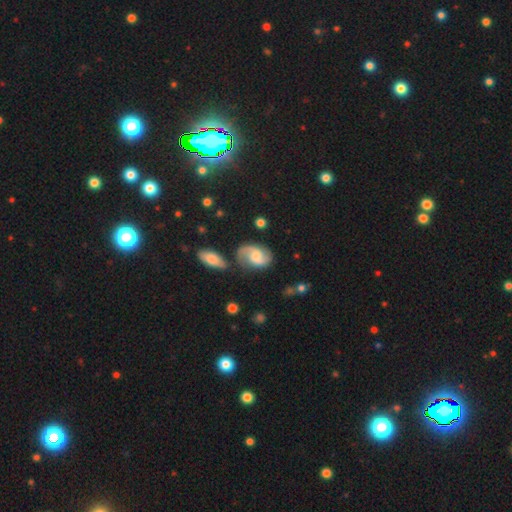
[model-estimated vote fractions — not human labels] A featured or disk galaxy (77%) with no bar (51%), 2 (90%) medium (48%) spiral arms (95%) and a moderate central bulge (52%).

Vote fractions:
- Smooth or featured? featured or disk: 77% / smooth: 17% / star or artifact: 6%
- Edge-on disk? no: 97% / yes: 3%
- Bar? no: 51% / weak: 42% / strong: 7%
- Spiral arms? yes: 95% / no: 5%
- Spiral winding? medium: 48% / loose: 35% / tight: 17%
- Spiral arm count? 2: 90% / can't tell: 4% / 1: 2% / 3: 1% / 4: 1% / more than 4: 1%
- Bulge size? moderate: 52% / small: 34% / none: 7% / large: 6% / dominant: 1%
- Merging? none: 69% / minor disturbance: 17% / merger: 8% / major disturbance: 6%